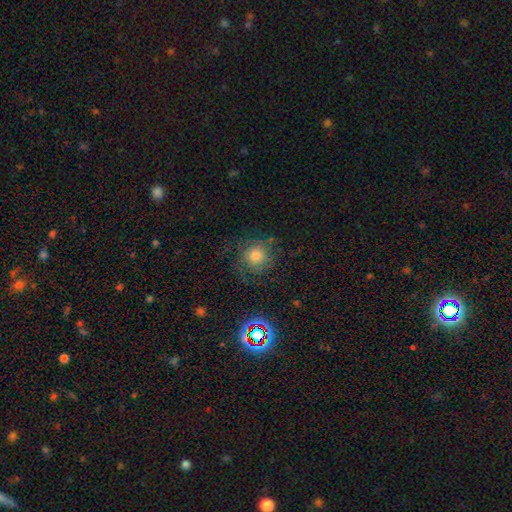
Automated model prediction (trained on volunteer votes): smooth_or_featured: smooth (p=0.47) [alt: featured or disk p=0.34]
merging: none (p=0.71) [alt: minor disturbance p=0.15]